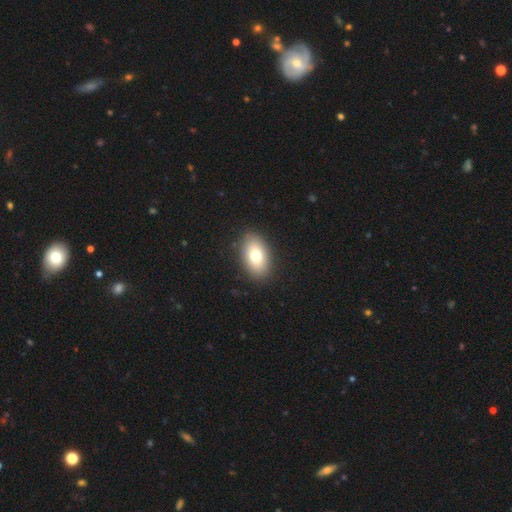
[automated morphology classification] The model was most divided on "smooth or featured": smooth: 74%, featured or disk: 17%, star or artifact: 9%. More confident: how rounded — in between (89%); merging — none (89%).